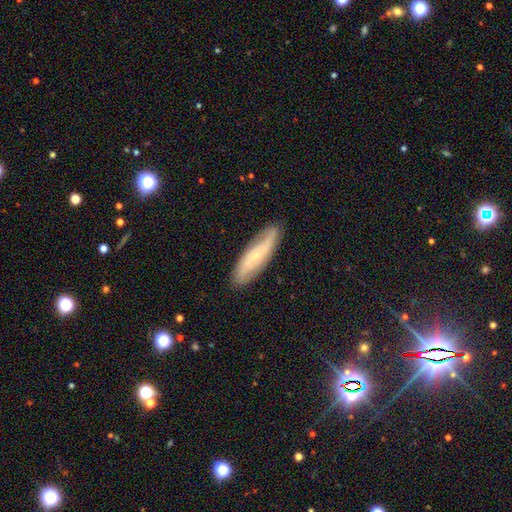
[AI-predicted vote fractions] smooth_or_featured: featured or disk (p=0.55) [alt: smooth p=0.37]
disk_edge_on: no (p=0.68) [alt: yes p=0.32]
merging: none (p=0.84) [alt: minor disturbance p=0.12]